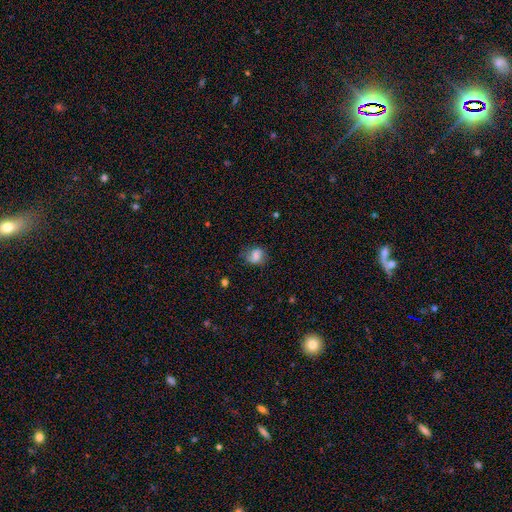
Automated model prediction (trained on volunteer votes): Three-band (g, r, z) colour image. It shows a smooth galaxy with no disk features (69%) that is round (55%). Merging: none (63%).